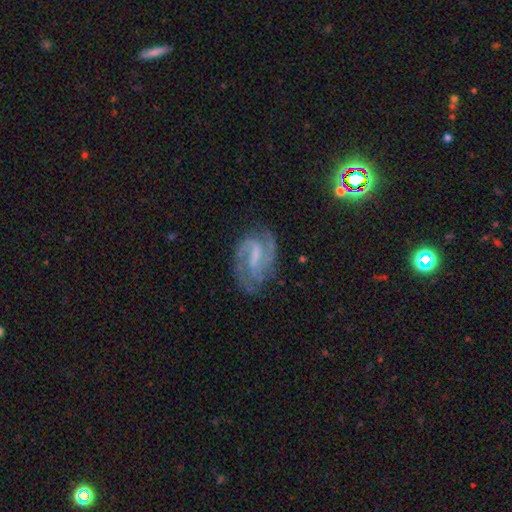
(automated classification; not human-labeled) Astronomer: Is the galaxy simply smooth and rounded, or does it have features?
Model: featured or disk — 85%.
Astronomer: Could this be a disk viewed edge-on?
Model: no — 97%.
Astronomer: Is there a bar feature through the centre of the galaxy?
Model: weak — 48% (runner-up: strong, 38%).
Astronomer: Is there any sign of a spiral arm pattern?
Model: yes — 96%.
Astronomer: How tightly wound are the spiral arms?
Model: medium — 51% (runner-up: tight, 32%).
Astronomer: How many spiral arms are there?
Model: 2 — 75%.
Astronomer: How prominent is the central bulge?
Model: none — 39% (runner-up: small, 38%).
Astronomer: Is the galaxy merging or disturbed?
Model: none — 71%.